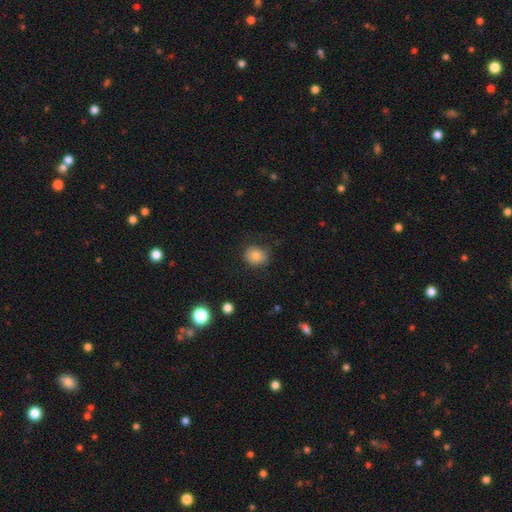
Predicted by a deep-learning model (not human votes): A smooth galaxy with no disk features (78%) that is round (73%).

Vote fractions:
- Smooth or featured? smooth: 78% / featured or disk: 12% / star or artifact: 11%
- How rounded? round: 73% / in between: 27% / cigar-shaped: 1%
- Merging? none: 77% / minor disturbance: 17% / major disturbance: 5% / merger: 1%